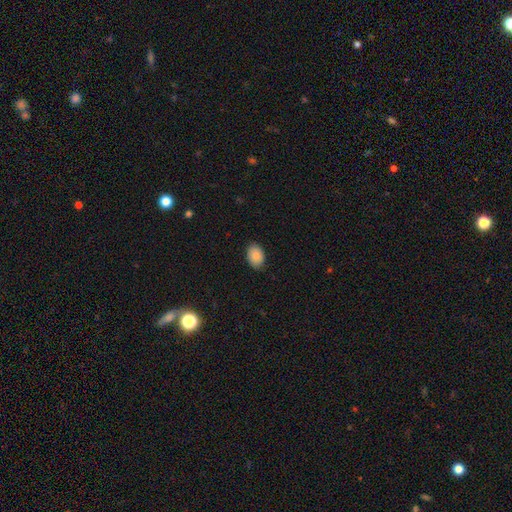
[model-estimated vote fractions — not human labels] Overall: smooth (87%). How rounded: in between (82%). Merging: none (86%).